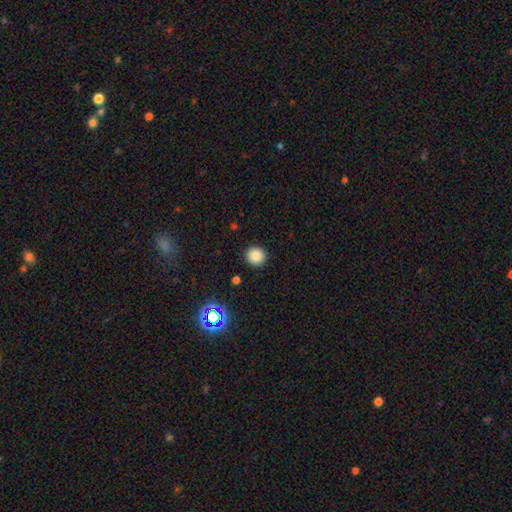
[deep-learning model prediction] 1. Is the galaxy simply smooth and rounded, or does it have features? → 85% smooth, 12% star or artifact, 3% featured or disk.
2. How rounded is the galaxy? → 92% round, 7% in between, 1% cigar-shaped.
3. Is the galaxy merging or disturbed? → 92% none, 5% minor disturbance, 2% major disturbance, 1% merger.